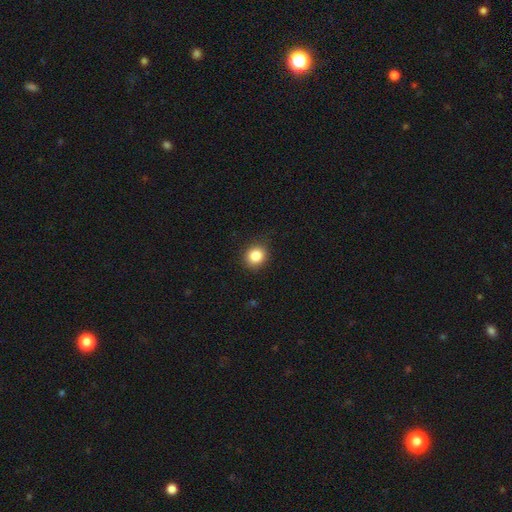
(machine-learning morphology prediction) Smooth or featured?
  - smooth: 84% *
  - star or artifact: 10%
  - featured or disk: 5%
How rounded?
  - round: 78% *
  - in between: 21%
  - cigar-shaped: 1%
Merging?
  - none: 86% *
  - minor disturbance: 10%
  - major disturbance: 2%
  - merger: 1%